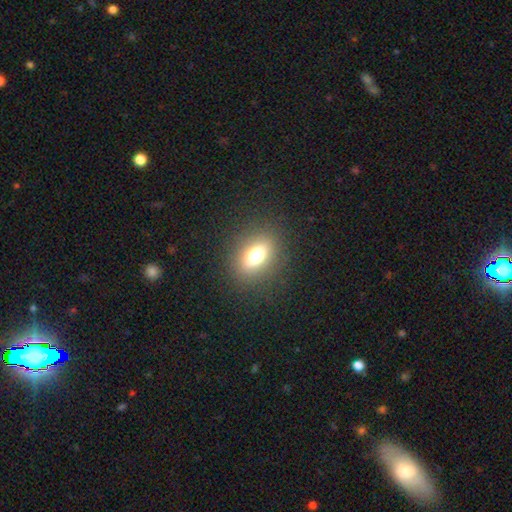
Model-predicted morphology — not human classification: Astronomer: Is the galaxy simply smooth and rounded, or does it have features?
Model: smooth — 70%.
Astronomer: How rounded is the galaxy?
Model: in between — 69%.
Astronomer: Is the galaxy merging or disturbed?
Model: none — 87%.